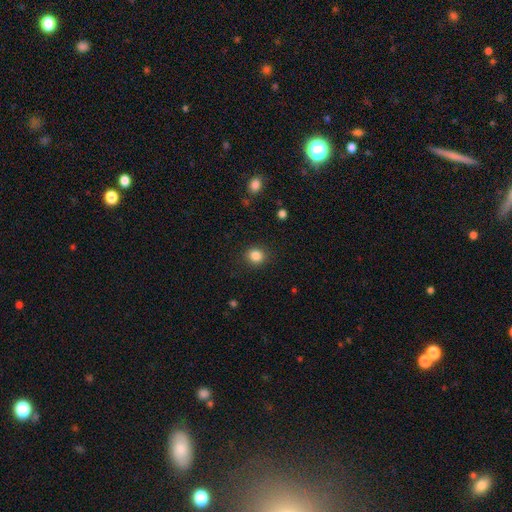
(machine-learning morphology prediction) Q: Smooth or featured?
A: smooth (85%); runner-up: star or artifact (11%)
Q: How rounded?
A: round (80%); runner-up: in between (19%)
Q: Merging?
A: none (89%); runner-up: minor disturbance (8%)